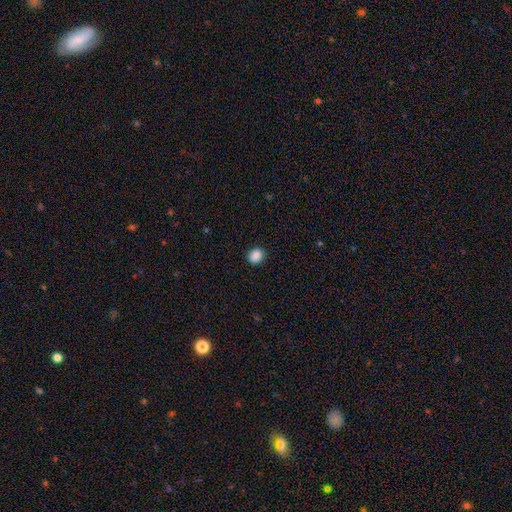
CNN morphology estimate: A smooth galaxy with no disk features (88%) that is round (71%).

Vote fractions:
- Smooth or featured? smooth: 88% / star or artifact: 9% / featured or disk: 2%
- How rounded? round: 71% / in between: 28% / cigar-shaped: 1%
- Merging? none: 90% / minor disturbance: 7% / major disturbance: 2% / merger: 1%